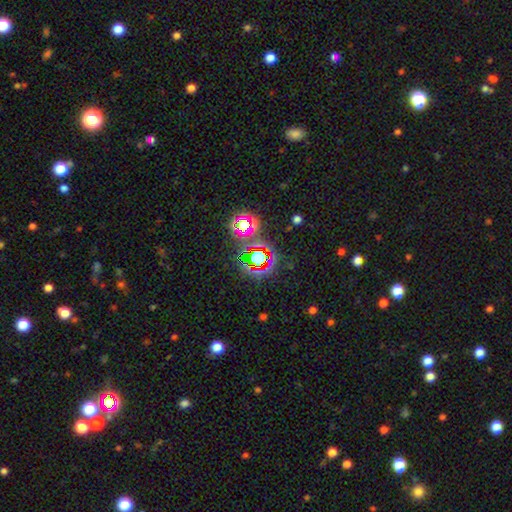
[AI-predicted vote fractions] star or artifact 68%, smooth 20%, featured or disk 13%.